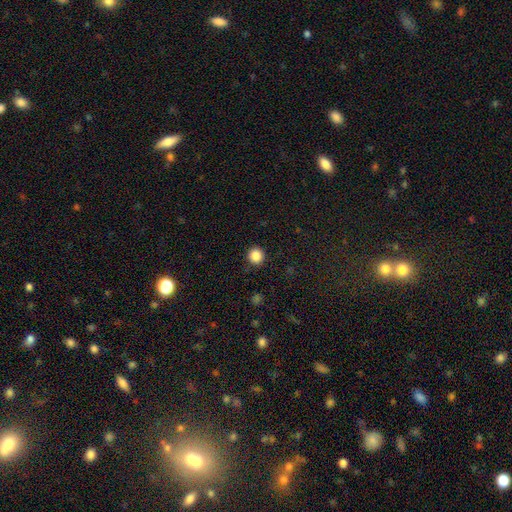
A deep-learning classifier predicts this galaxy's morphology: smooth 86%, star or artifact 11%, featured or disk 3%. Down the decision tree: how rounded — round (93%); merging — none (92%).